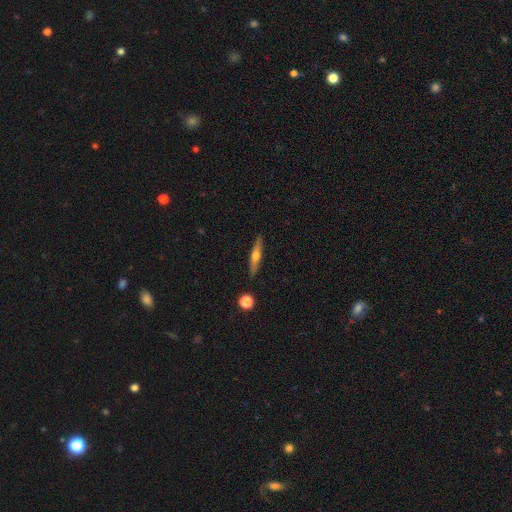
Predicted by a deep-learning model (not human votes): This is likely a featured or disk galaxy (65%). It is clearly viewed edge-on (96%). Edge-on bulge: clearly rounded (93%). Merging: clearly none (90%).